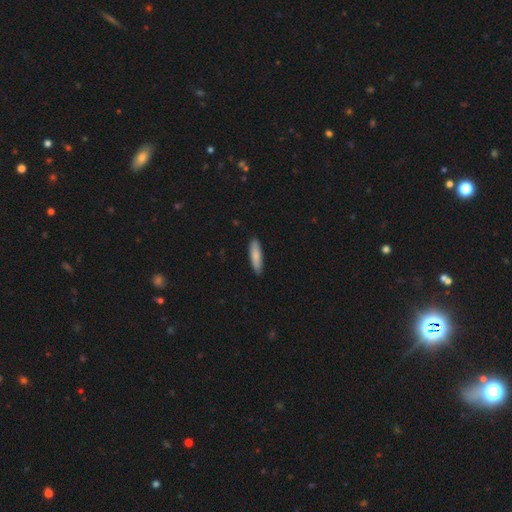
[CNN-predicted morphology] Q: Smooth or featured?
A: smooth (82%); runner-up: featured or disk (12%)
Q: How rounded?
A: cigar-shaped (69%); runner-up: in between (30%)
Q: Merging?
A: none (89%); runner-up: minor disturbance (8%)